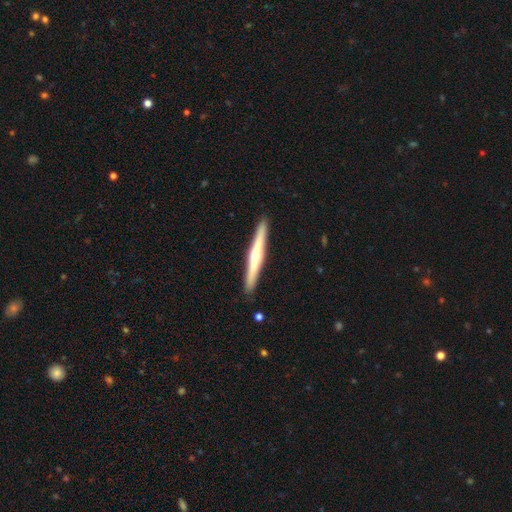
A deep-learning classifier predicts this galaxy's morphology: Smooth or featured: featured or disk — 59% (smooth — 36%)
Edge-on disk: yes — 98% (no — 2%)
Edge-on bulge: rounded — 72% (none — 21%)
Merging: none — 92% (minor disturbance — 6%)